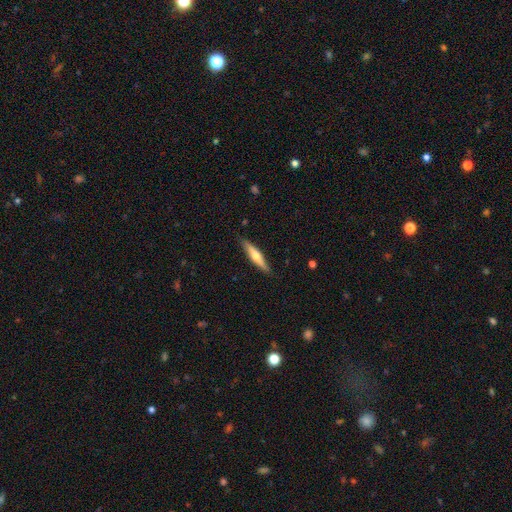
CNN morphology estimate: Smooth or featured? Predicted: featured or disk (p=0.53). Edge-on disk? Predicted: yes (p=0.94). Merging? Predicted: none (p=0.87).